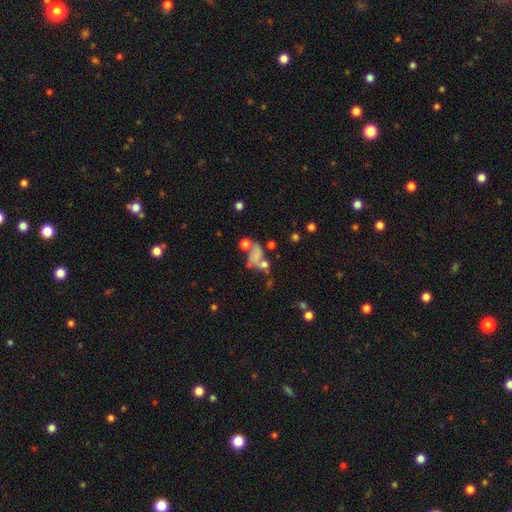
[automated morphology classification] This appears to be a smooth galaxy with no disk features (44%). Merging: merger (36%).